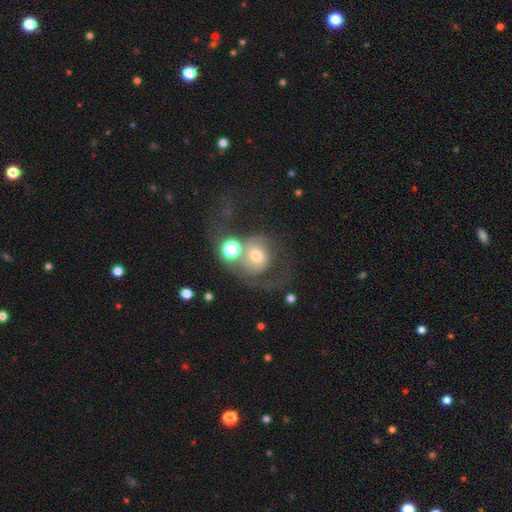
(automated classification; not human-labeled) Smooth or featured? featured or disk (46%)
Merging? major disturbance (31%)